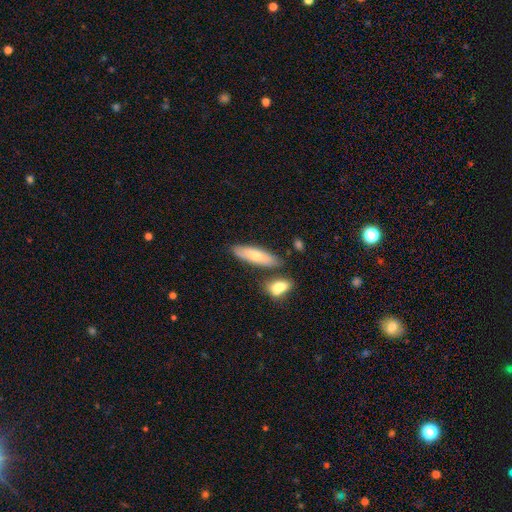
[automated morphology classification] type=smooth (68%); roundness=cigar-shaped (52%); merging=none (73%).